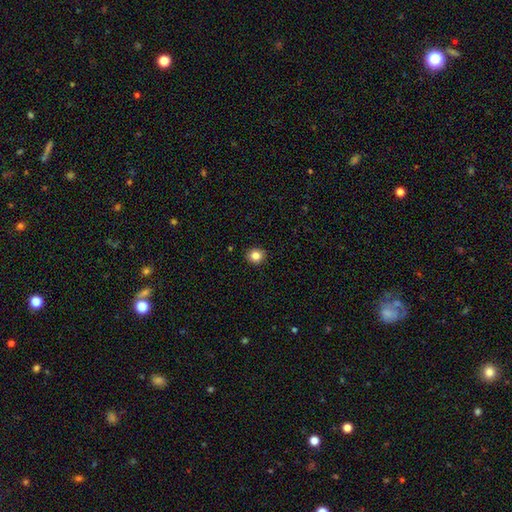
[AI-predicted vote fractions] The model was most divided on "smooth or featured": smooth: 83%, star or artifact: 11%, featured or disk: 6%. More confident: merging — none (92%); how rounded — round (86%).